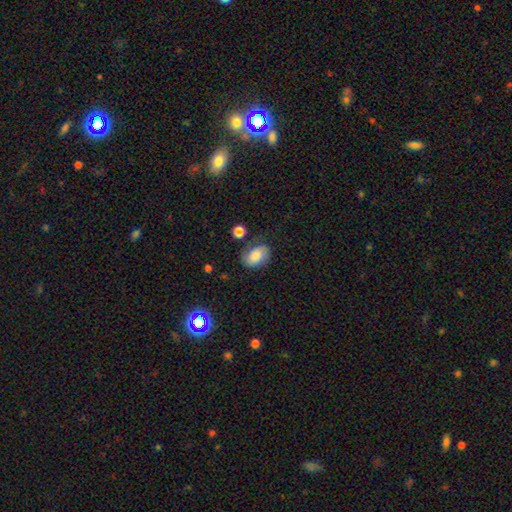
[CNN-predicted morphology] Overall: smooth (73%). How rounded: in between (82%). Merging: none (62%; minor disturbance 24%).